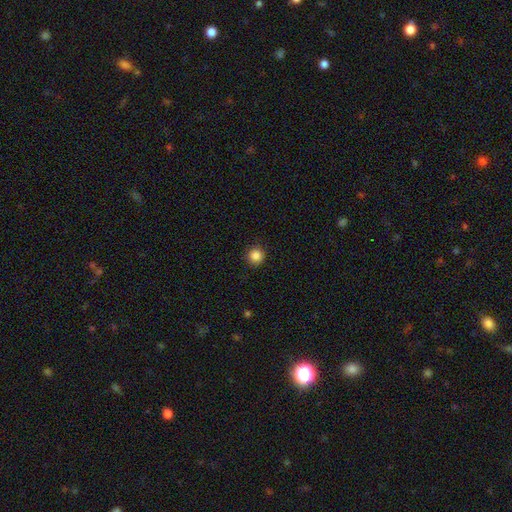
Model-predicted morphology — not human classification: type=smooth (86%); roundness=round (94%); merging=none (91%).